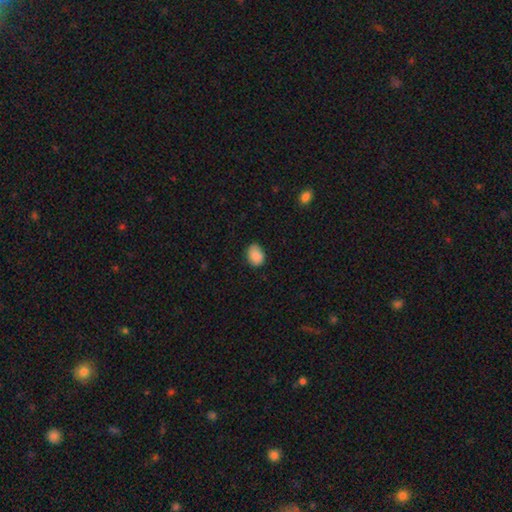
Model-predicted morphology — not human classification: smooth_or_featured: smooth (p=0.87) [alt: star or artifact p=0.08]
how_rounded: in between (p=0.66) [alt: round p=0.33]
merging: none (p=0.75) [alt: minor disturbance p=0.21]